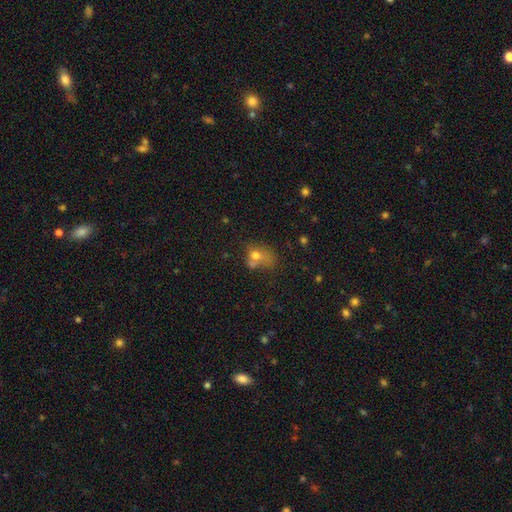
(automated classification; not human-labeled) Smooth or featured? Predicted: smooth (p=0.69). How rounded? Predicted: in between (p=0.53). Merging? Predicted: merger (p=0.32).